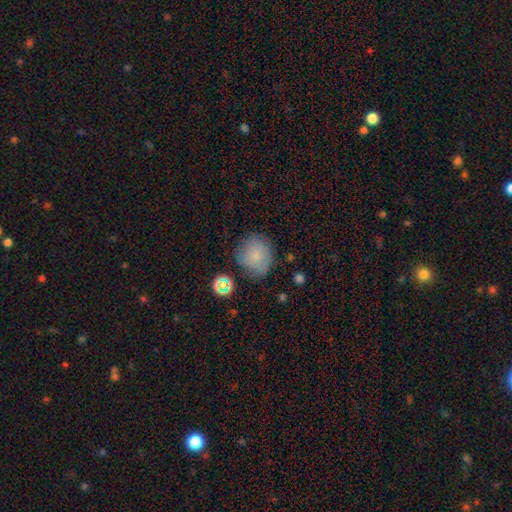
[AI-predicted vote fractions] Morphology: type=smooth (77%); roundness=round (79%); merging=none (69%).